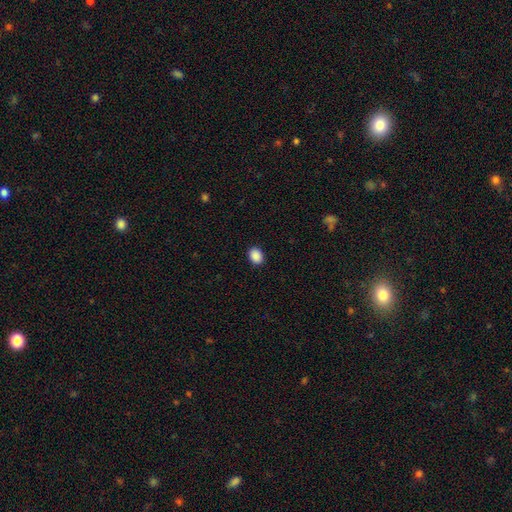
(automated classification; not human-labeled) A smooth galaxy with no disk features (90%) that is in between round and cigar-shaped (67%).

Vote fractions:
- Smooth or featured? smooth: 90% / star or artifact: 8% / featured or disk: 2%
- How rounded? in between: 67% / round: 32% / cigar-shaped: 1%
- Merging? none: 91% / minor disturbance: 7% / major disturbance: 2% / merger: 1%